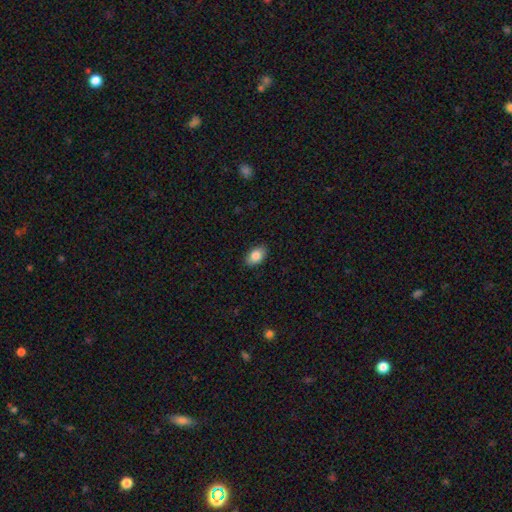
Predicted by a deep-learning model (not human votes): The model was most divided on "smooth or featured": smooth: 85%, featured or disk: 8%, star or artifact: 7%. More confident: how rounded — in between (90%); merging — none (88%).